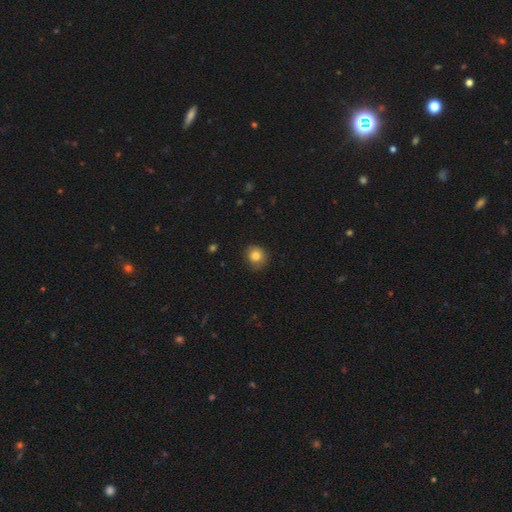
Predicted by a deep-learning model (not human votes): The model was most divided on "merging": none: 81%, minor disturbance: 15%, major disturbance: 3%, merger: 1%. More confident: how rounded — round (83%); smooth or featured — smooth (82%).